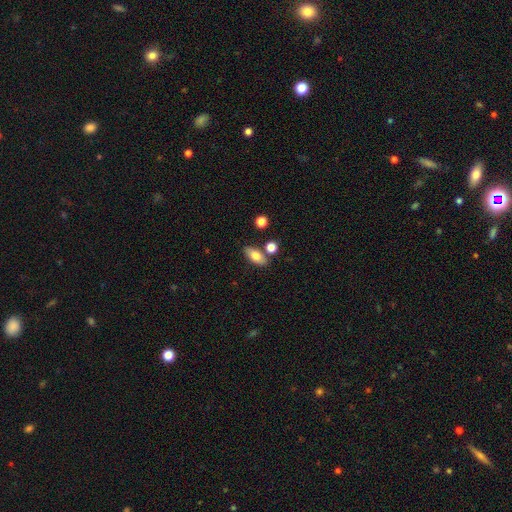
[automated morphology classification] This appears to be a smooth galaxy with no disk features (77%) that is in between round and cigar-shaped (83%). Merging: none (75%).